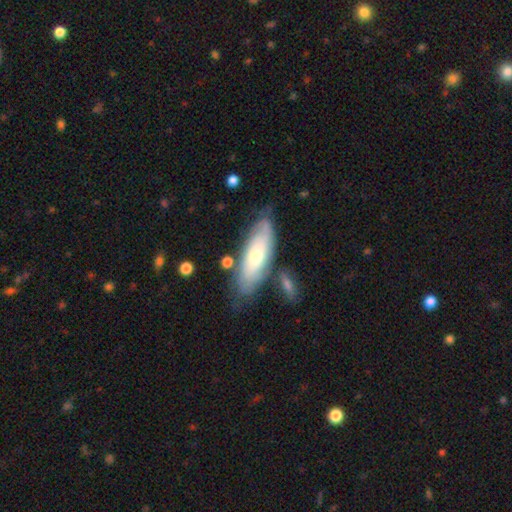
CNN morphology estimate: A featured or disk galaxy (50%).

Vote fractions:
- Smooth or featured? featured or disk: 50% / smooth: 44% / star or artifact: 6%
- Edge-on disk? no: 77% / yes: 23%
- Merging? none: 67% / minor disturbance: 20% / merger: 7% / major disturbance: 6%